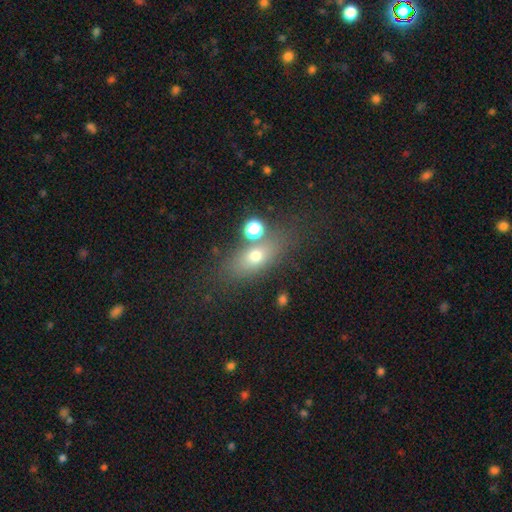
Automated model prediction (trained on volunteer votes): This is likely a smooth galaxy (65%). How rounded: likely in between (65%). Merging: likely none (67%).